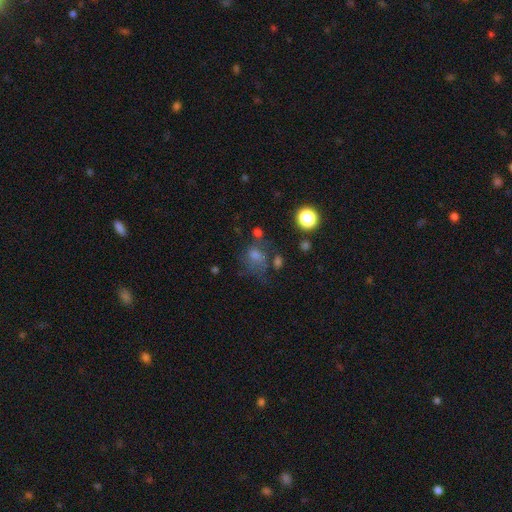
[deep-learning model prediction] smooth 60%, star or artifact 20%, featured or disk 20%. Down the decision tree: how rounded — in between (54%); merging — none (39%).